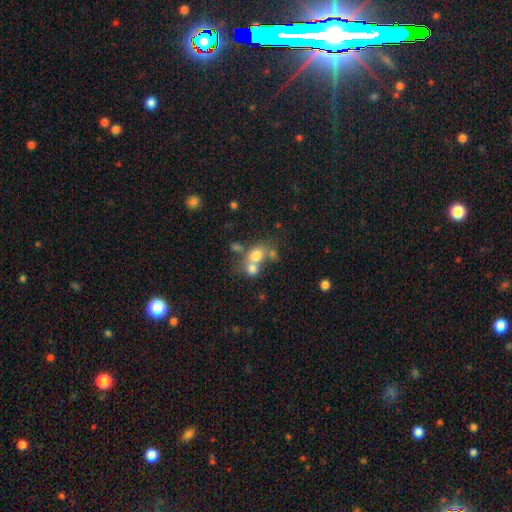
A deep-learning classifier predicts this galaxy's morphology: Smooth or featured? smooth (71%)
How rounded? round (56%)
Merging? merger (54%)